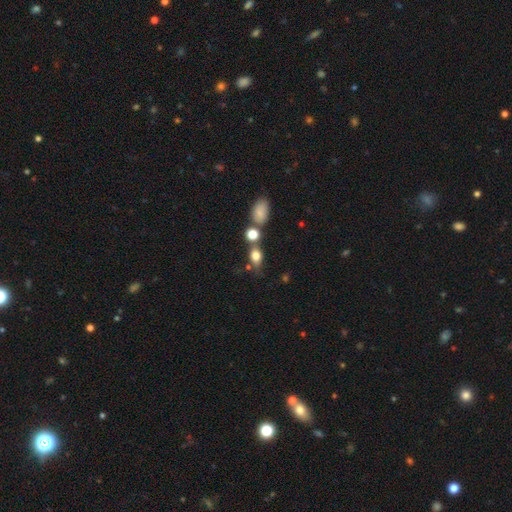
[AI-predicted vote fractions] Q: Smooth or featured?
A: smooth (76%); runner-up: star or artifact (12%)
Q: How rounded?
A: in between (58%); runner-up: round (38%)
Q: Merging?
A: none (51%); runner-up: merger (26%)